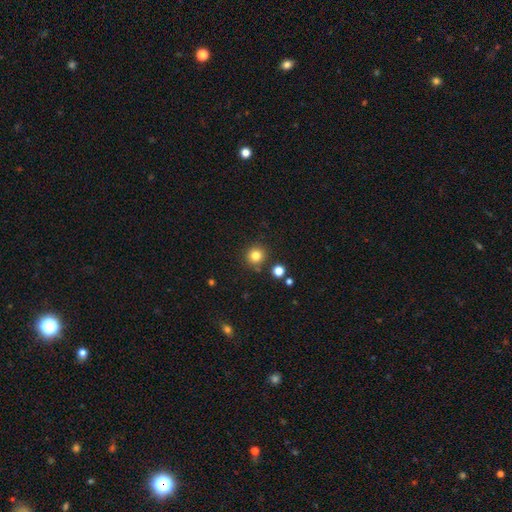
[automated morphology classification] smooth_or_featured: smooth (p=0.81) [alt: star or artifact p=0.13]
how_rounded: round (p=0.94) [alt: in between p=0.05]
merging: none (p=0.85) [alt: minor disturbance p=0.07]